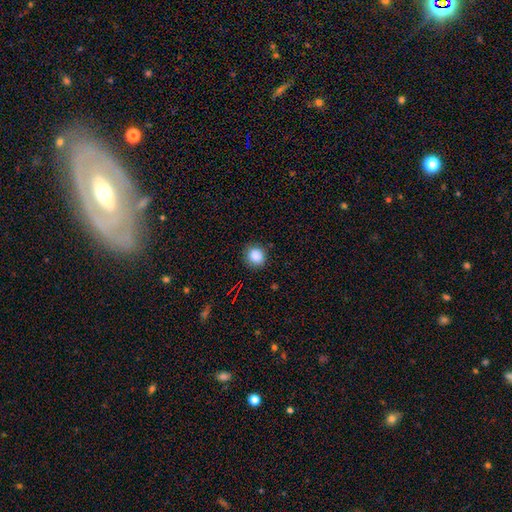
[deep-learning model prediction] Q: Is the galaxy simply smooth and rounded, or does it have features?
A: smooth — 86%.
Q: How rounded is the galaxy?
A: round — 81%.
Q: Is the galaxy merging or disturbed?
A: none — 85%.